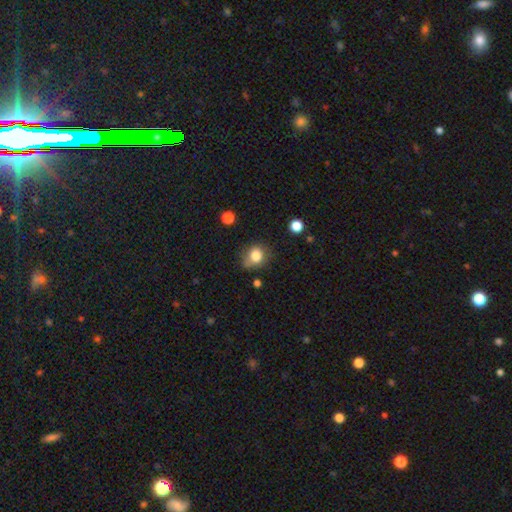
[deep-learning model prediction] Smooth or featured?
  - smooth: 81% *
  - star or artifact: 10%
  - featured or disk: 8%
How rounded?
  - round: 72% *
  - in between: 27%
  - cigar-shaped: 1%
Merging?
  - none: 63% *
  - minor disturbance: 24%
  - major disturbance: 7%
  - merger: 5%